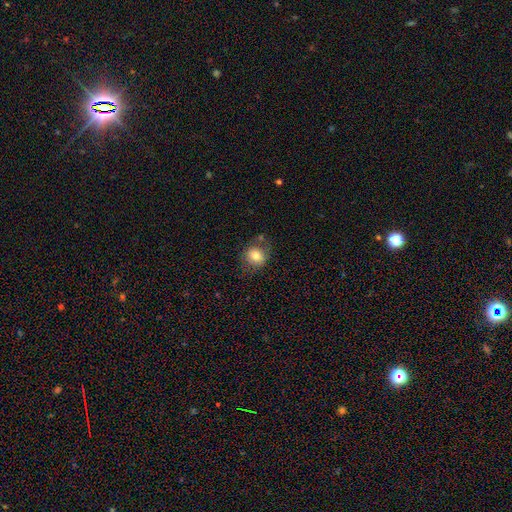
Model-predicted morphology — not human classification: This appears to be a smooth galaxy with no disk features (75%) that is round (72%). Merging: none (68%).